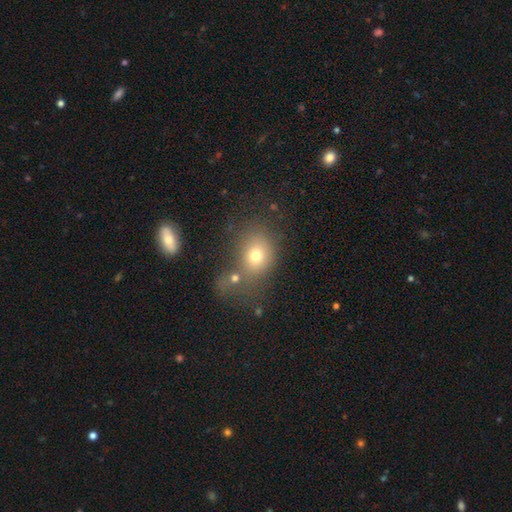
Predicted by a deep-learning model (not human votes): Smooth or featured: smooth — 72% (featured or disk — 14%)
How rounded: round — 50% (in between — 49%)
Merging: none — 41% (merger — 34%)